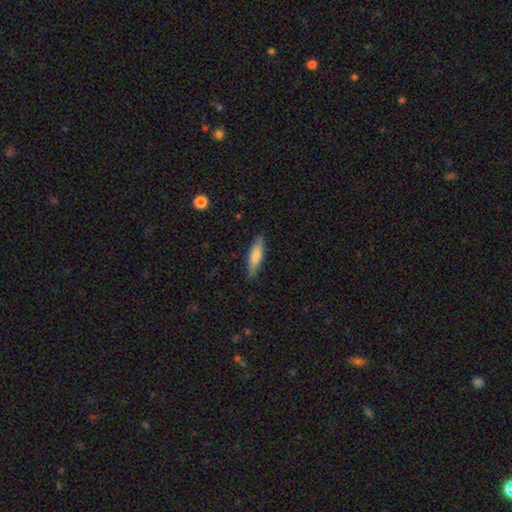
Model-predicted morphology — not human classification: type=smooth (66%); roundness=cigar-shaped (78%); merging=none (87%).